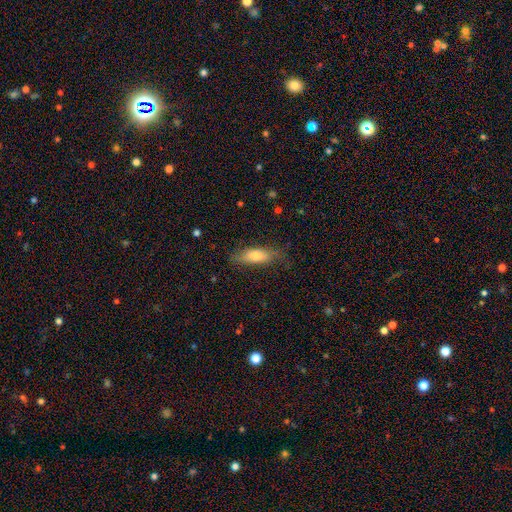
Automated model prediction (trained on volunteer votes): Morphology: type=smooth (71%); roundness=in between (56%); merging=none (70%).